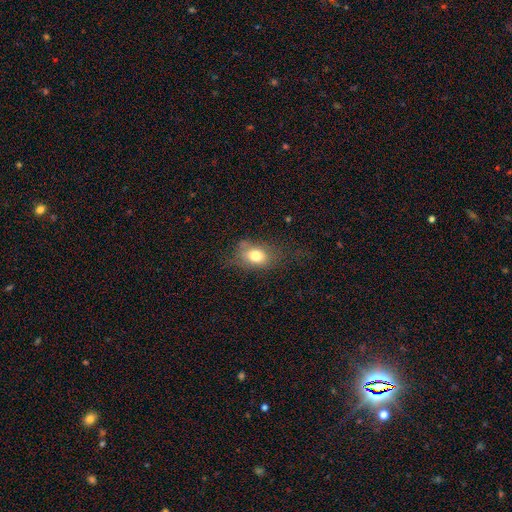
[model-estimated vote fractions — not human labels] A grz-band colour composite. It shows a smooth galaxy with no disk features (74%) that is in between round and cigar-shaped (71%). Merging: none (54%).